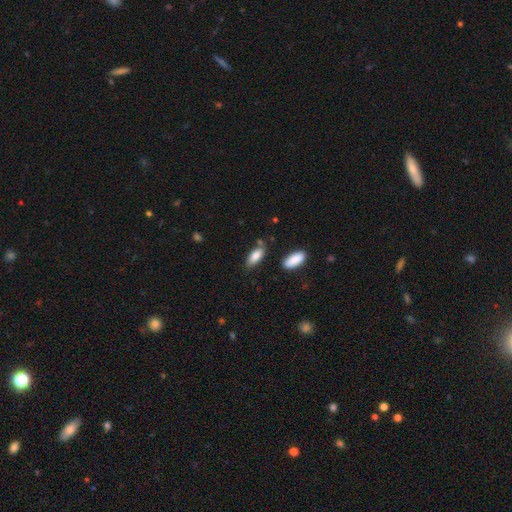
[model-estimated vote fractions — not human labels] This appears to be a smooth galaxy with no disk features (83%) that is in between round and cigar-shaped (75%). Merging: none (71%).